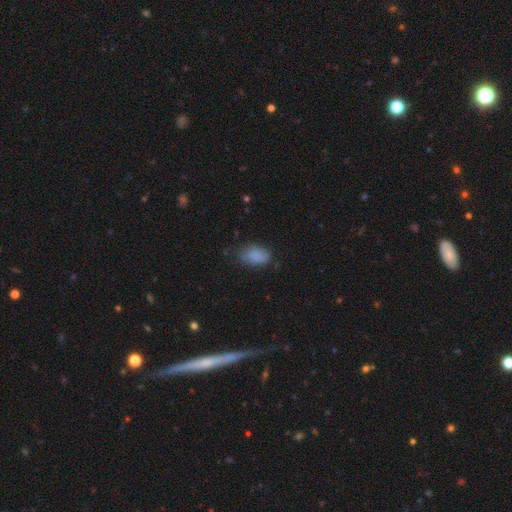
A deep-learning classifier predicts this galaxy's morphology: Smooth or featured? Predicted: smooth (p=0.83). How rounded? Predicted: in between (p=0.89). Merging? Predicted: none (p=0.64).